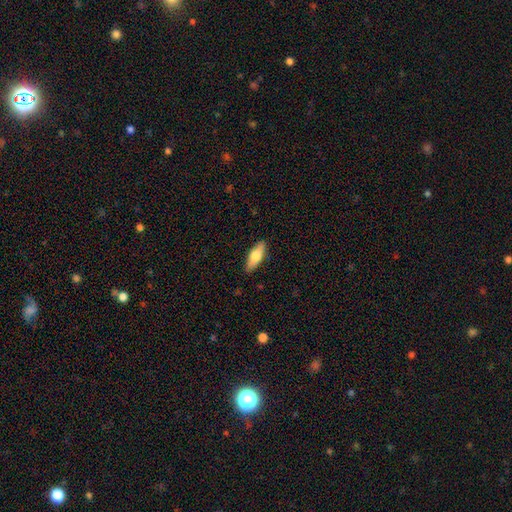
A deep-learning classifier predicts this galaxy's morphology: Smooth or featured: smooth — 71% (featured or disk — 24%)
How rounded: in between — 66% (cigar-shaped — 31%)
Merging: none — 88% (minor disturbance — 9%)